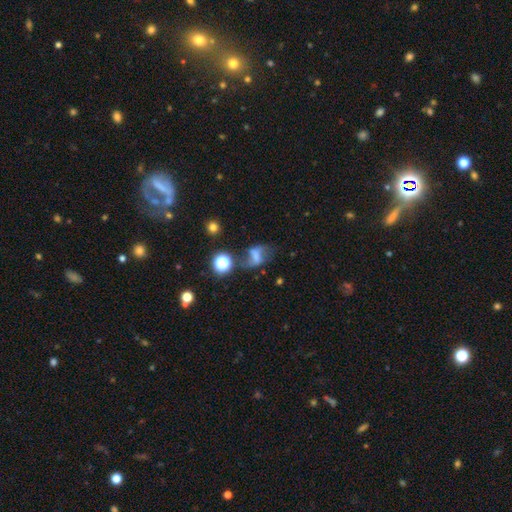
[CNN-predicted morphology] Overall: featured or disk (43%; smooth 39%). Merging: none (43%; major disturbance 25%).